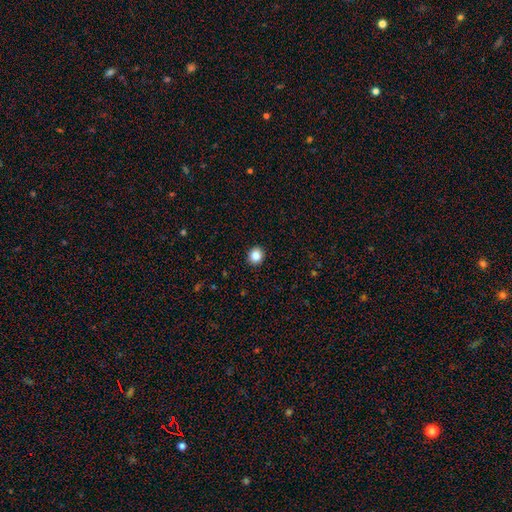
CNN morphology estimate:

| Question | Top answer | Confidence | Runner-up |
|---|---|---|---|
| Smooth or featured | smooth | 86% | star or artifact (10%) |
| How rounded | round | 85% | in between (14%) |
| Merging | none | 92% | minor disturbance (5%) |